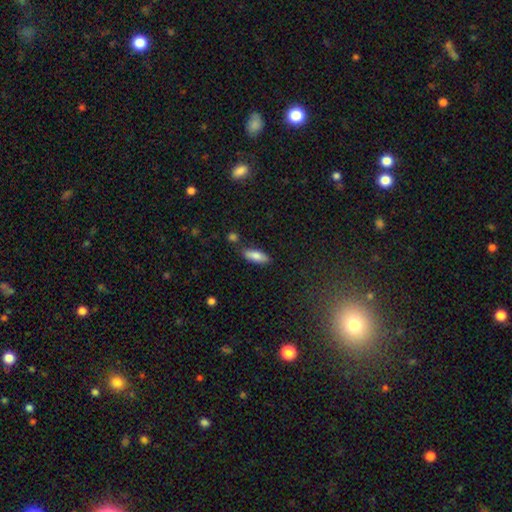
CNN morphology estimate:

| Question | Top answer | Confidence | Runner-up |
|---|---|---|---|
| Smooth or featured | smooth | 81% | featured or disk (12%) |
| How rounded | in between | 69% | cigar-shaped (29%) |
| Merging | none | 75% | minor disturbance (15%) |